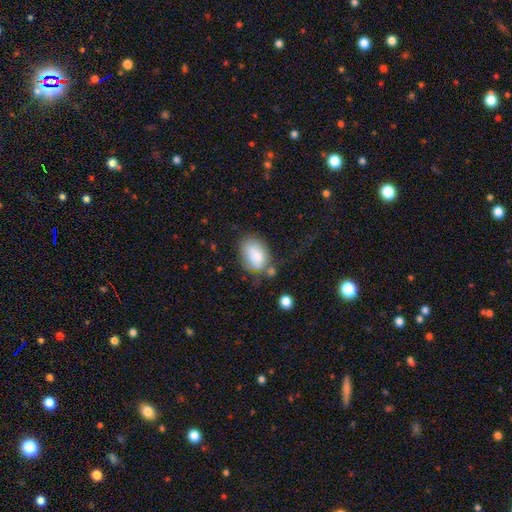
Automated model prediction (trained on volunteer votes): Overall: smooth (81%). How rounded: in between (85%). Merging: none (47%; minor disturbance 28%).